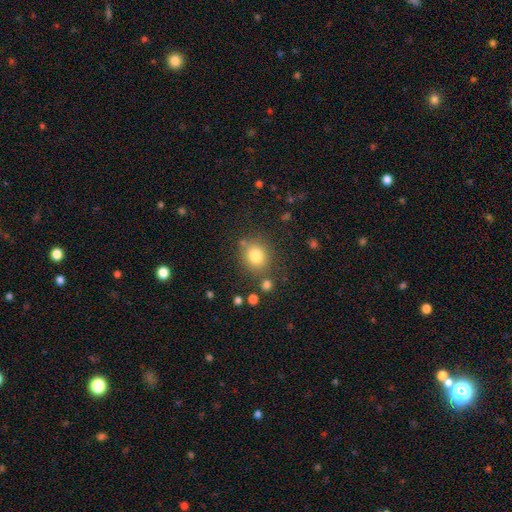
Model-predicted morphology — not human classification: Smooth or featured? smooth (80%)
How rounded? round (74%)
Merging? none (78%)